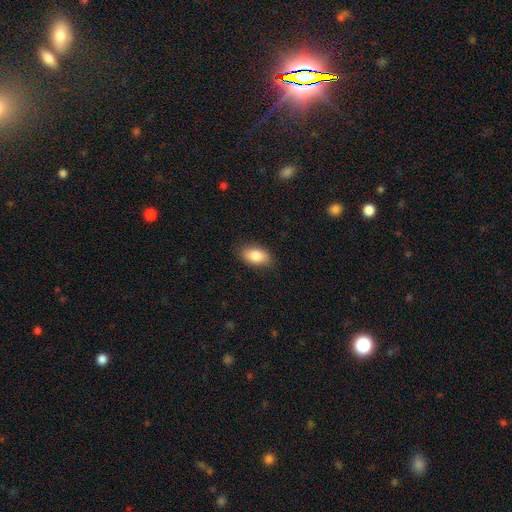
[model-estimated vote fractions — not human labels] Morphology: type=smooth (84%); roundness=in between (92%); merging=none (86%).